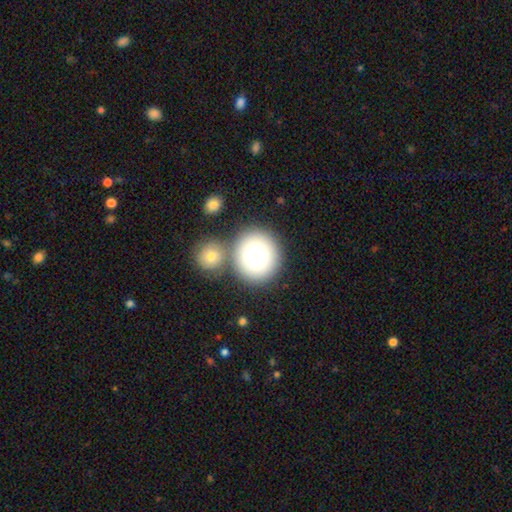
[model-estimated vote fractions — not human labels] This appears to be a smooth galaxy with no disk features (76%) that is round (89%). Merging: none (67%).